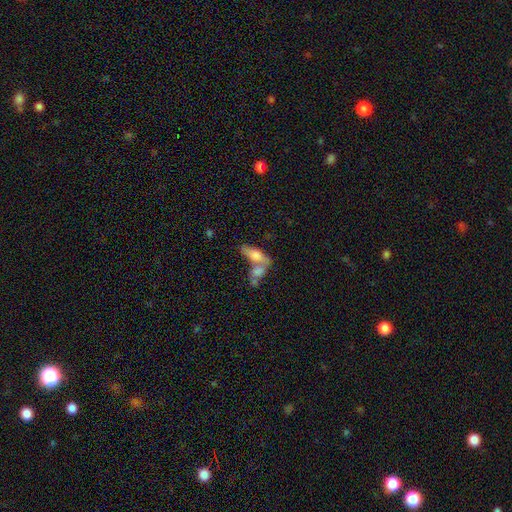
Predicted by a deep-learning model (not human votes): Smooth or featured? smooth (64%)
How rounded? in between (72%)
Merging? merger (59%)